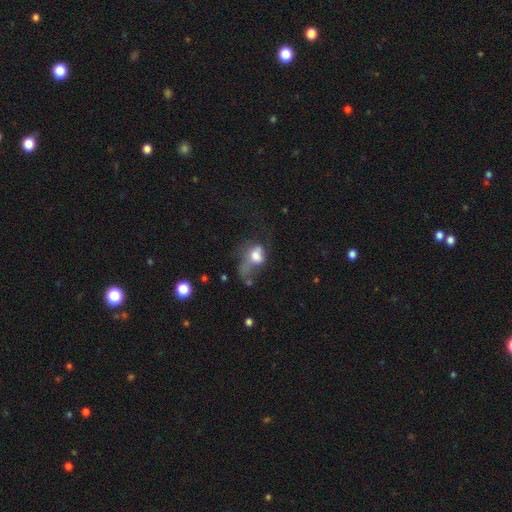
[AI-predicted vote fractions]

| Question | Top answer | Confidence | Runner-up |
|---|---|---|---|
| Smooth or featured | smooth | 62% | featured or disk (26%) |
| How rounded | in between | 65% | round (33%) |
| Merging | major disturbance | 53% | minor disturbance (17%) |